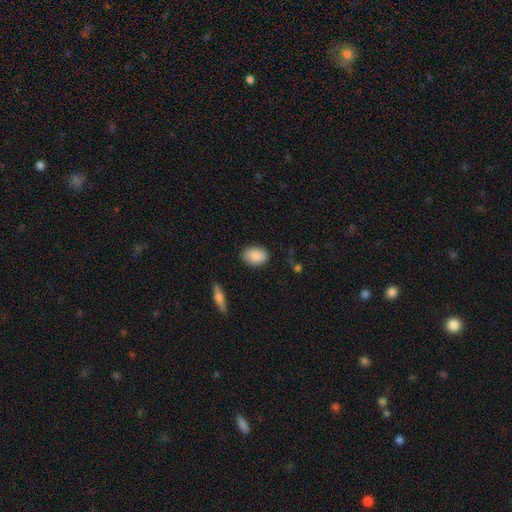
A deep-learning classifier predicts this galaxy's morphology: This is clearly a smooth galaxy (88%). How rounded: likely in between (79%). Merging: clearly none (84%).